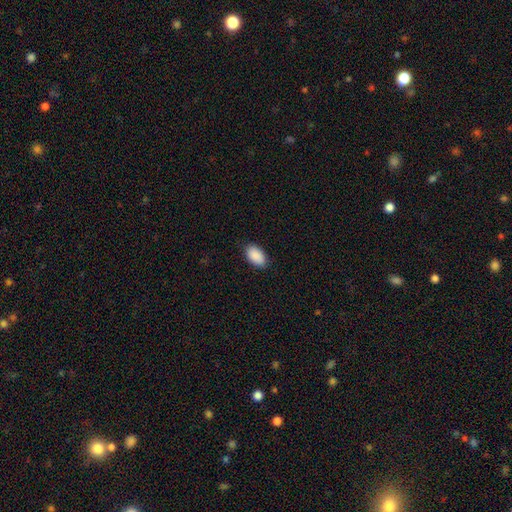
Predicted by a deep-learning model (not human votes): This appears to be a smooth galaxy with no disk features (91%) that is in between round and cigar-shaped (94%). Merging: none (87%).